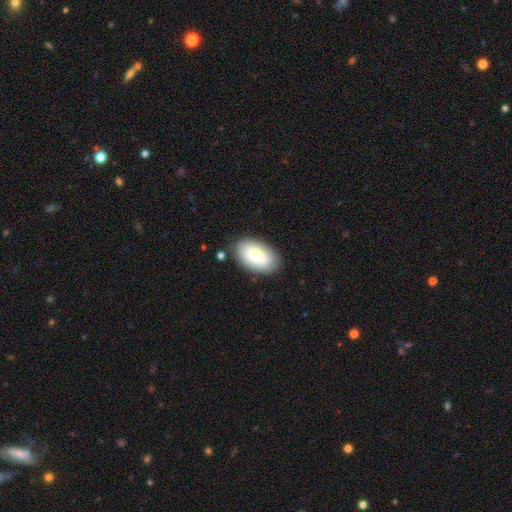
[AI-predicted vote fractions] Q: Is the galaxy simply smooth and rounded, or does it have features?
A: smooth — 73%.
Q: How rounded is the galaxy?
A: in between — 93%.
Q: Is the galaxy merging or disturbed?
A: none — 83%.